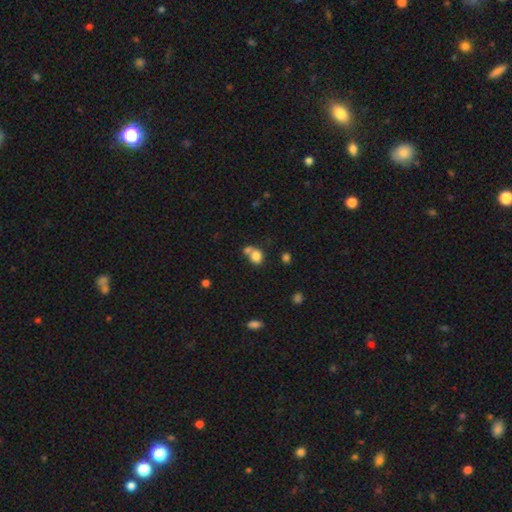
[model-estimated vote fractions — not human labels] The model was most divided on "merging": merger: 45%, none: 39%, minor disturbance: 10%, major disturbance: 5%. More confident: smooth or featured — smooth (80%); how rounded — round (64%).